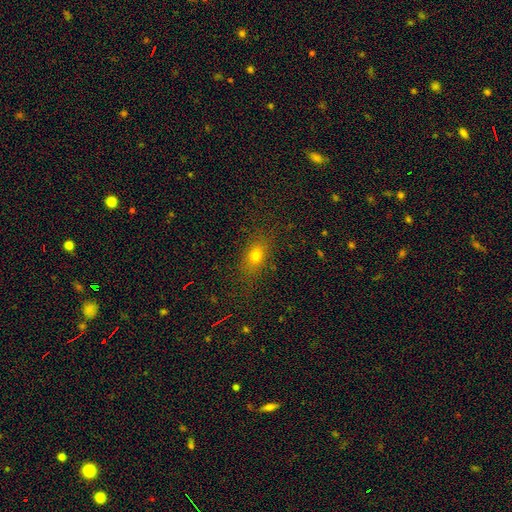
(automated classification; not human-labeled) smooth_or_featured: smooth (p=0.73) [alt: star or artifact p=0.16]
how_rounded: in between (p=0.72) [alt: round p=0.19]
merging: none (p=0.79) [alt: minor disturbance p=0.13]